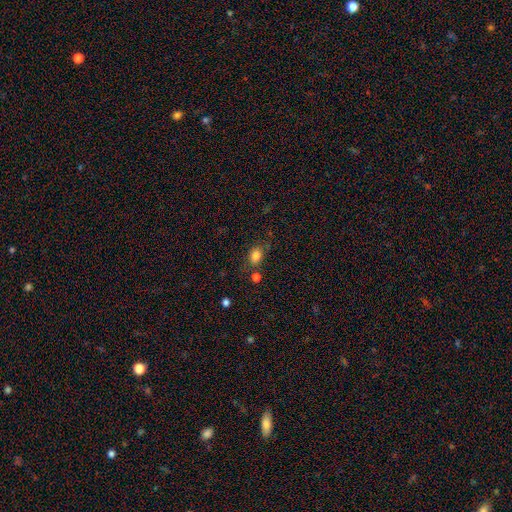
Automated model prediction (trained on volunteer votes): smooth-or-featured: smooth: 82% | star or artifact: 11% | featured or disk: 7%
  how-rounded: in between: 70% | round: 29% | cigar-shaped: 2%
  merging: none: 68% | minor disturbance: 17% | merger: 9% | major disturbance: 6%